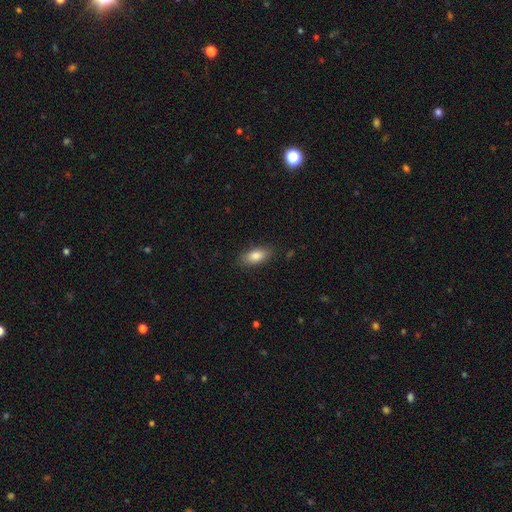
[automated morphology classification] type=smooth (84%); roundness=in between (87%); merging=none (85%).